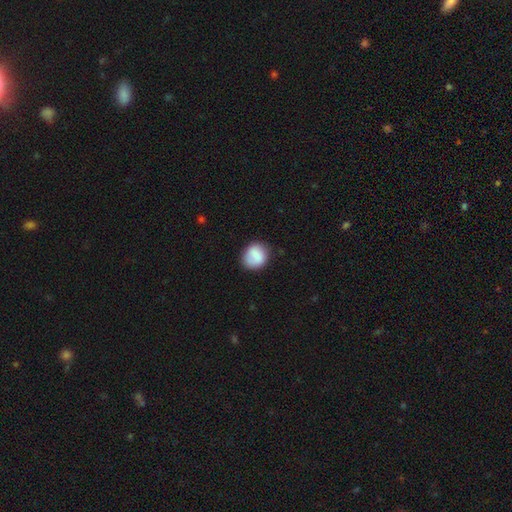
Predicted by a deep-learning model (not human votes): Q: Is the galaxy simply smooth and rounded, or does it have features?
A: smooth — 80%.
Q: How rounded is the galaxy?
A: round — 72%.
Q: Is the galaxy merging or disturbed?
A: none — 79%.